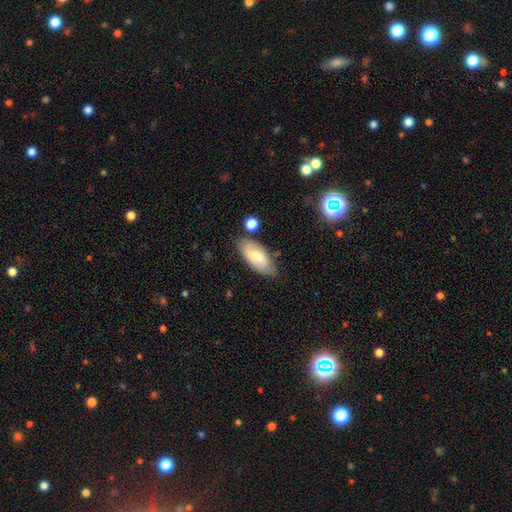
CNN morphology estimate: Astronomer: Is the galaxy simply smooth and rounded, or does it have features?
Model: smooth — 64%.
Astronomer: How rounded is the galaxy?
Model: in between — 85%.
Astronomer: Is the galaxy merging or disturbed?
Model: none — 77%.